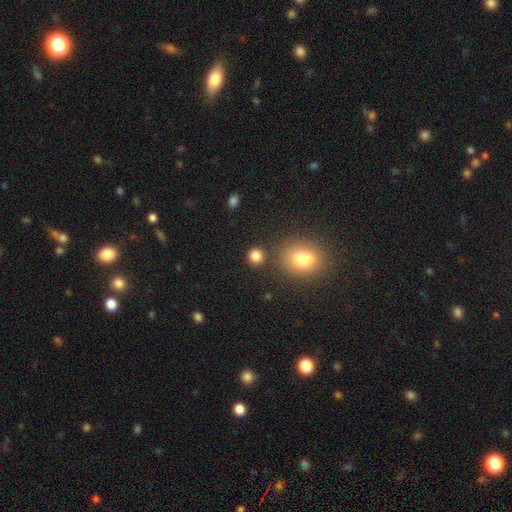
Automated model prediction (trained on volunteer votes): smooth-or-featured: smooth: 84% | star or artifact: 12% | featured or disk: 4%
  how-rounded: round: 82% | in between: 16% | cigar-shaped: 1%
  merging: none: 81% | minor disturbance: 9% | merger: 7% | major disturbance: 3%